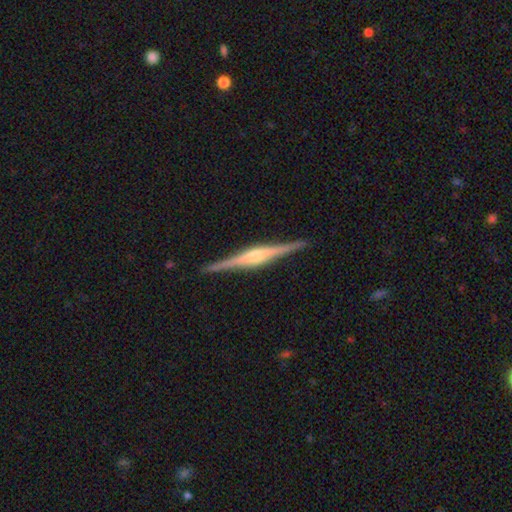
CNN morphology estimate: featured or disk 82%, smooth 13%, star or artifact 5%. Down the decision tree: edge-on disk — yes (98%); edge-on bulge — rounded (70%); merging — none (90%).